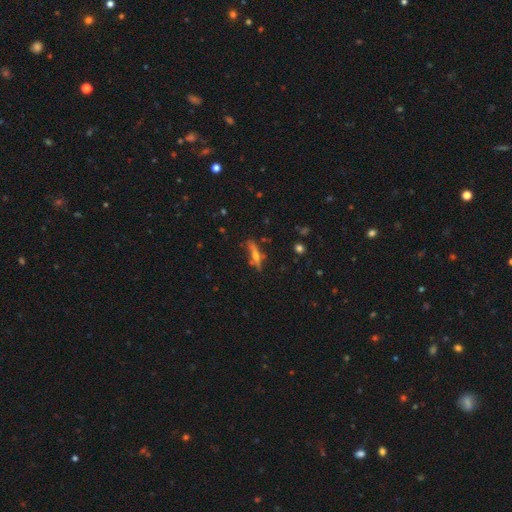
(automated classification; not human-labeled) Smooth or featured?
  - featured or disk: 55% *
  - smooth: 35%
  - star or artifact: 10%
Edge-on disk?
  - yes: 88% *
  - no: 12%
Merging?
  - none: 66% *
  - minor disturbance: 20%
  - major disturbance: 7%
  - merger: 7%